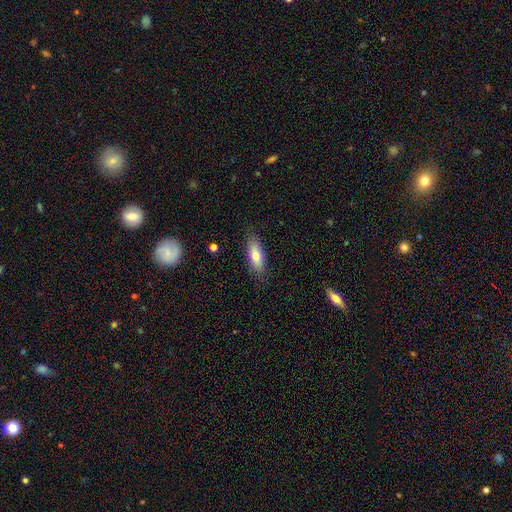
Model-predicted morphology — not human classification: type=smooth (75%); roundness=in between (70%); merging=none (83%).